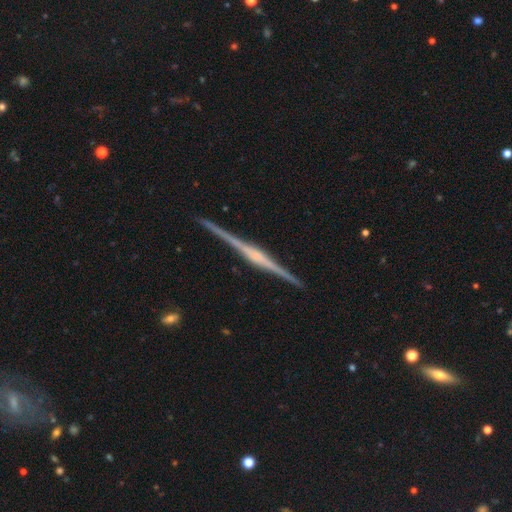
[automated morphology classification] type=featured or disk (87%); edge-on=yes (99%); edge-on bulge=rounded (46%); merging=none (92%).